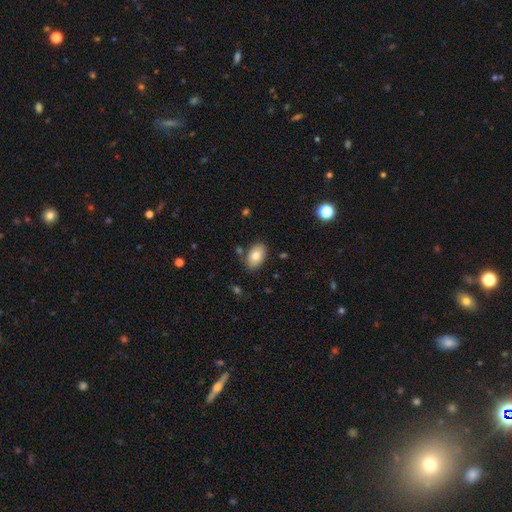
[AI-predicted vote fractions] smooth 80%, featured or disk 13%, star or artifact 7%. Down the decision tree: how rounded — in between (90%); merging — none (81%).